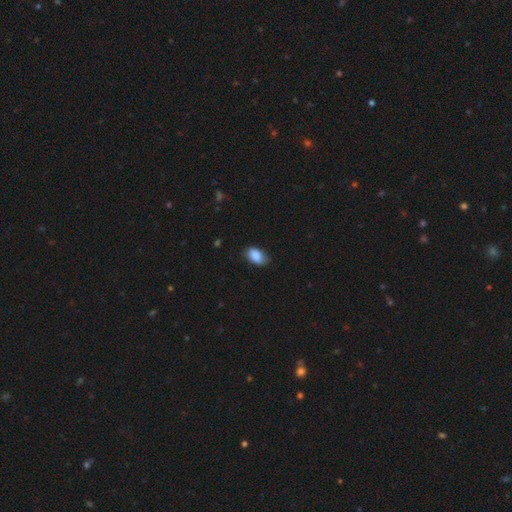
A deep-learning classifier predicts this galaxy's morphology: smooth_or_featured: smooth (p=0.87) [alt: star or artifact p=0.07]
how_rounded: in between (p=0.91) [alt: round p=0.07]
merging: none (p=0.75) [alt: minor disturbance p=0.20]